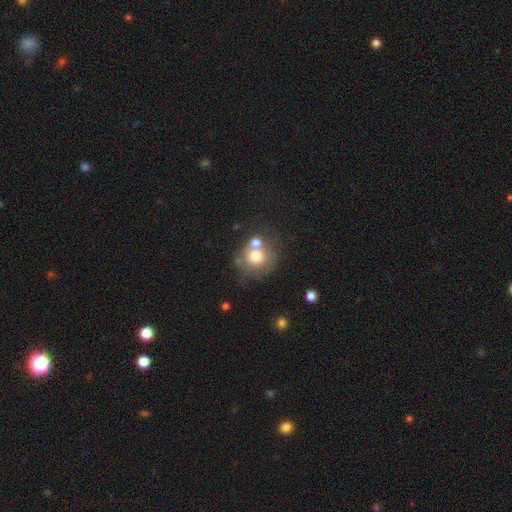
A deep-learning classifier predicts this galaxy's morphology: Smooth or featured? smooth (69%)
How rounded? round (85%)
Merging? none (46%)